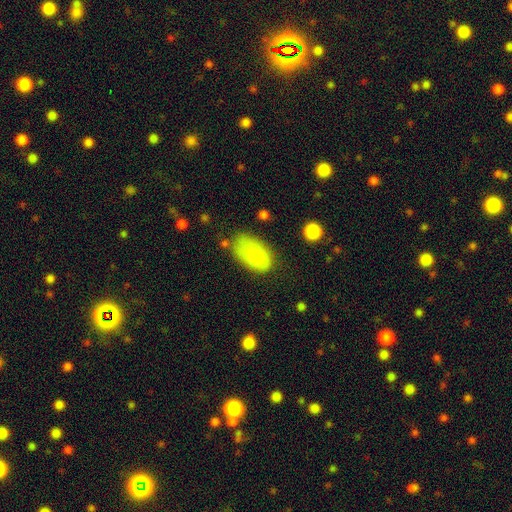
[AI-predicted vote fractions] A smooth galaxy with no disk features (81%) that is in between round and cigar-shaped (94%).

Vote fractions:
- Smooth or featured? smooth: 81% / featured or disk: 11% / star or artifact: 7%
- How rounded? in between: 94% / round: 4% / cigar-shaped: 2%
- Merging? none: 53% / minor disturbance: 30% / major disturbance: 12% / merger: 5%